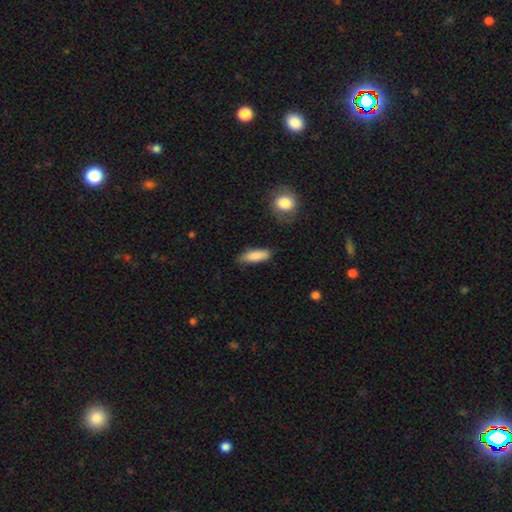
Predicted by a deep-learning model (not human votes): Overall: smooth (86%). How rounded: in between (61%; cigar-shaped 37%). Merging: none (76%).